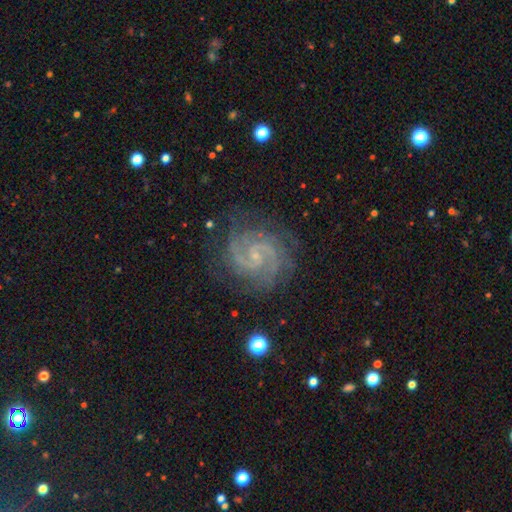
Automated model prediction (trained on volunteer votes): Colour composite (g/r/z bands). It shows a featured or disk galaxy (91%) with a weak bar (45%), 2 (76%) tight (48%) spiral arms (99%) and a small central bulge (78%). Merging: none (81%).